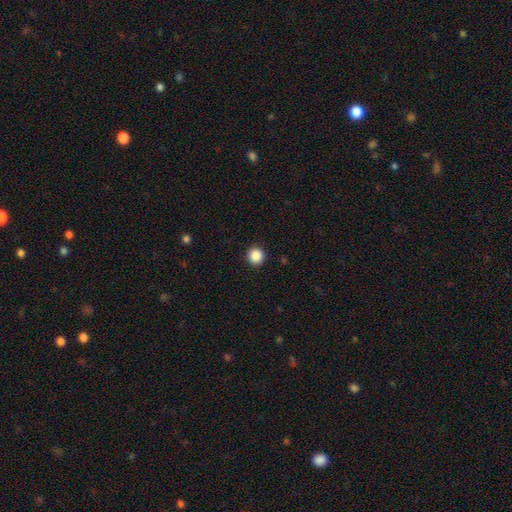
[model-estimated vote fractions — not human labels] Smooth or featured? smooth (88%)
How rounded? round (95%)
Merging? none (93%)